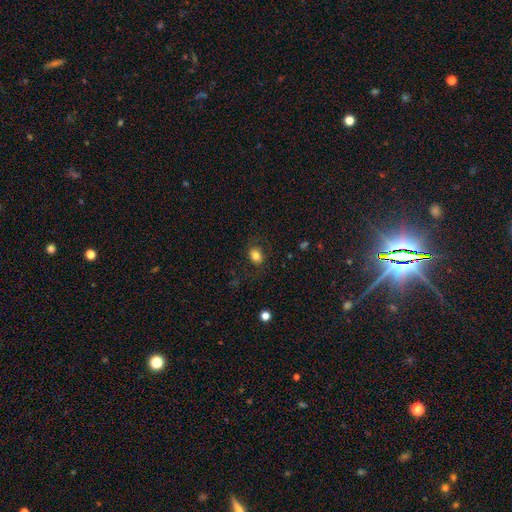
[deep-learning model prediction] The model was most divided on "how rounded": in between: 56%, round: 43%, cigar-shaped: 1%. More confident: smooth or featured — smooth (80%); merging — none (76%).